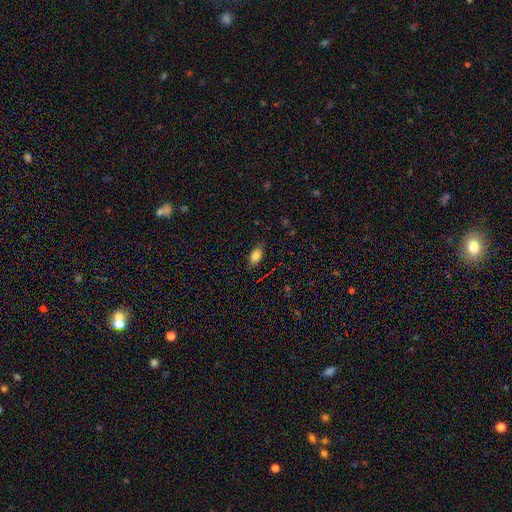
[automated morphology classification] This appears to be a smooth galaxy with no disk features (83%) that is in between round and cigar-shaped (87%). Merging: none (82%).